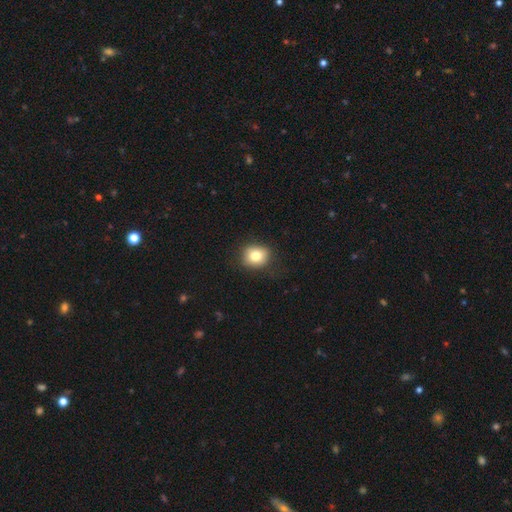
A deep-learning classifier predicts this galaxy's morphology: This appears to be a smooth galaxy with no disk features (80%) that is round (74%). Merging: none (83%).